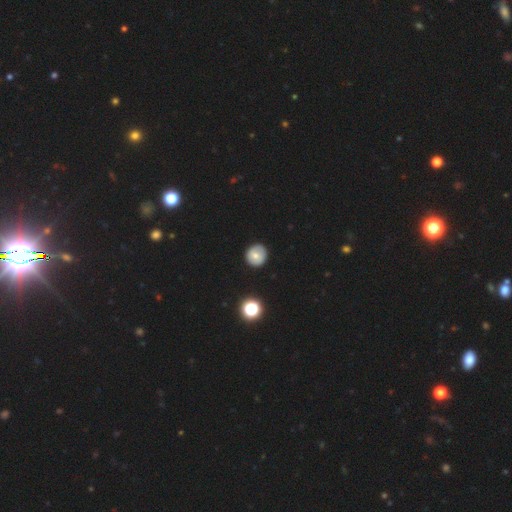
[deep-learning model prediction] smooth-or-featured: smooth: 68% | featured or disk: 21% | star or artifact: 11%
  how-rounded: round: 92% | in between: 7% | cigar-shaped: 1%
  merging: none: 87% | minor disturbance: 9% | major disturbance: 2% | merger: 1%